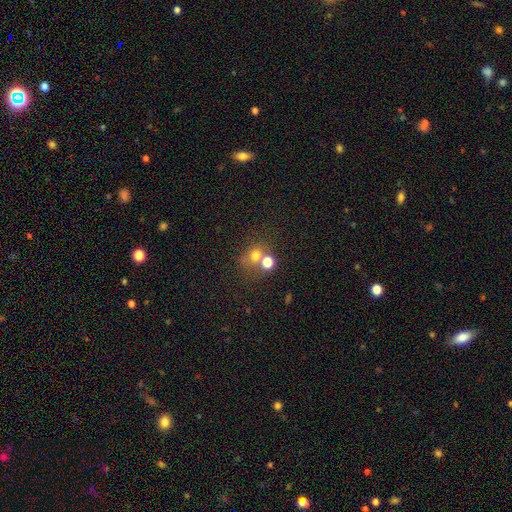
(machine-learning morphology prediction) A smooth galaxy with no disk features (52%) that is round (78%).

Vote fractions:
- Smooth or featured? smooth: 52% / star or artifact: 33% / featured or disk: 15%
- How rounded? round: 78% / in between: 21% / cigar-shaped: 1%
- Merging? none: 49% / merger: 39% / minor disturbance: 8% / major disturbance: 4%